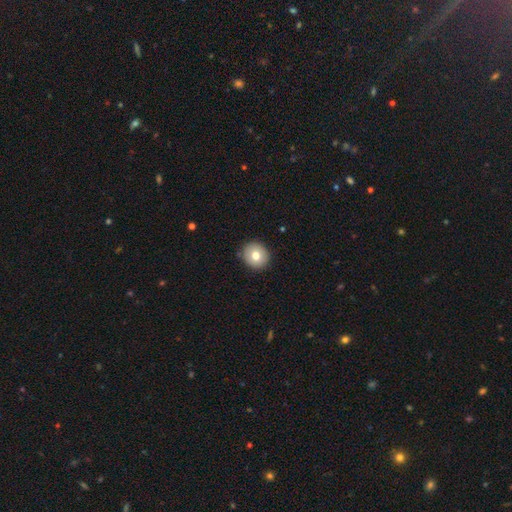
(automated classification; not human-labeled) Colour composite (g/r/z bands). It shows a smooth galaxy with no disk features (76%) that is round (86%). Merging: none (90%).